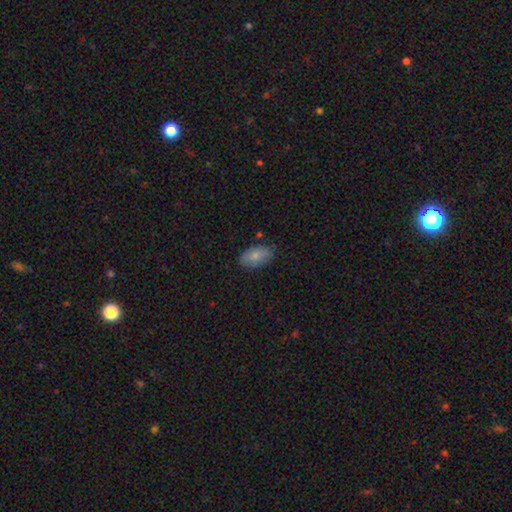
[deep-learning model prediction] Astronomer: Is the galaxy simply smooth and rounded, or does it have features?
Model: smooth — 79%.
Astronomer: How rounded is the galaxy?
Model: in between — 93%.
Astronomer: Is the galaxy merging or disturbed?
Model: none — 77%.